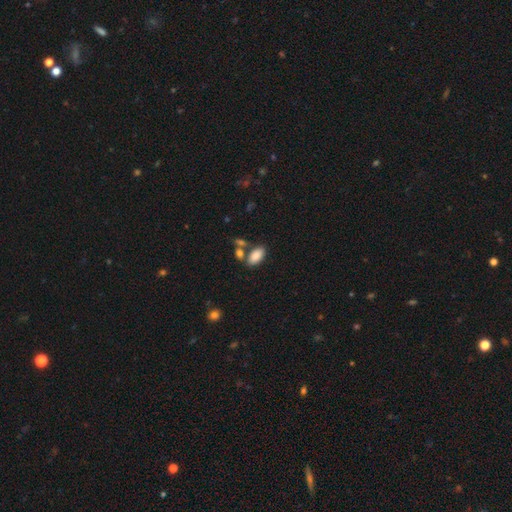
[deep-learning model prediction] A smooth galaxy with no disk features (86%) that is in between round and cigar-shaped (93%).

Vote fractions:
- Smooth or featured? smooth: 86% / star or artifact: 7% / featured or disk: 7%
- How rounded? in between: 93% / round: 3% / cigar-shaped: 3%
- Merging? none: 60% / merger: 24% / minor disturbance: 12% / major disturbance: 4%